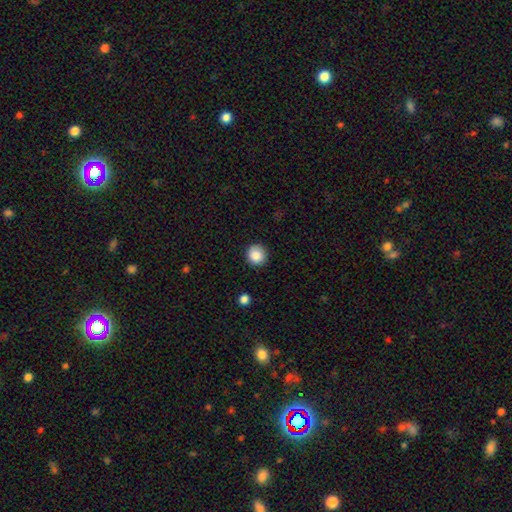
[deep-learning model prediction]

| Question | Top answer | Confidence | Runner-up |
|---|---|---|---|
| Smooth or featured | smooth | 86% | star or artifact (9%) |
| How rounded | round | 92% | in between (7%) |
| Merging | none | 90% | minor disturbance (7%) |